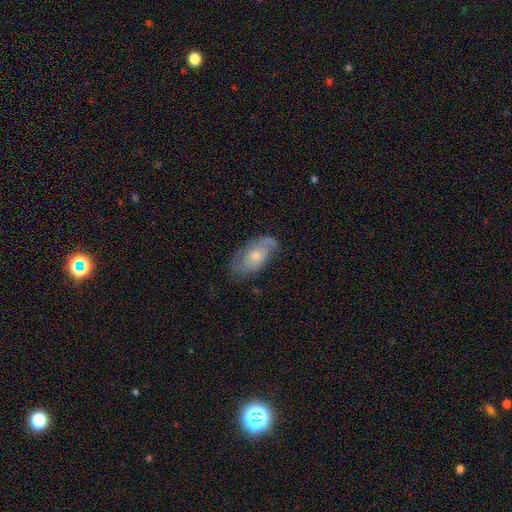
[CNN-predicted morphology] A featured or disk galaxy (64%) with no bar (74%), spiral arms (81%) and a moderate central bulge (48%). Merging: none (61%).